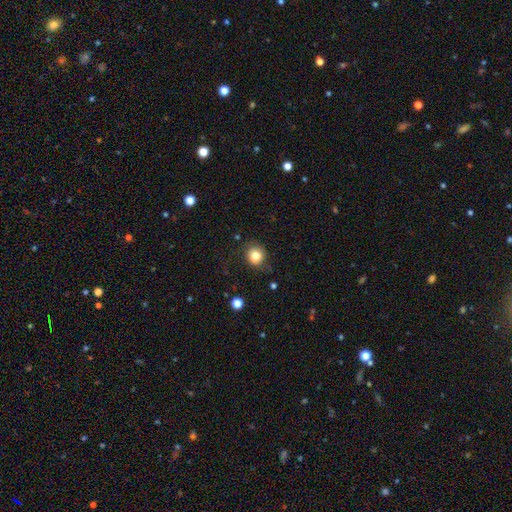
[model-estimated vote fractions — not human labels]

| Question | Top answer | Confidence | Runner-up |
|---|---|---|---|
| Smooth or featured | smooth | 80% | star or artifact (11%) |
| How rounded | round | 82% | in between (17%) |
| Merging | none | 80% | minor disturbance (14%) |